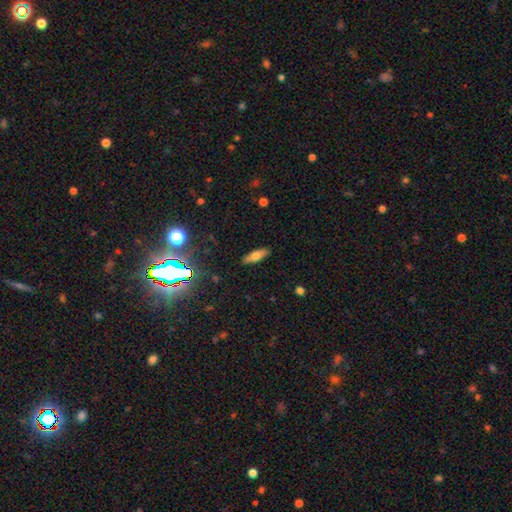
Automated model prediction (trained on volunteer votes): Overall: smooth (64%; featured or disk 25%). How rounded: in between (49%; cigar-shaped 48%). Merging: none (88%).